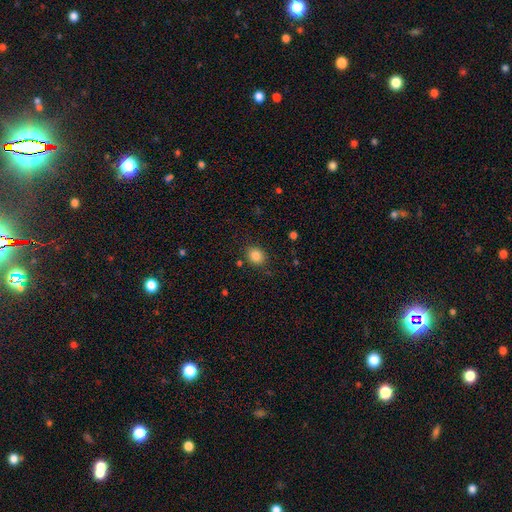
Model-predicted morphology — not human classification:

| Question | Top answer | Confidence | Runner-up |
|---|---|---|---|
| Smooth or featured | smooth | 85% | star or artifact (11%) |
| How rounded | round | 63% | in between (37%) |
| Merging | none | 85% | minor disturbance (9%) |